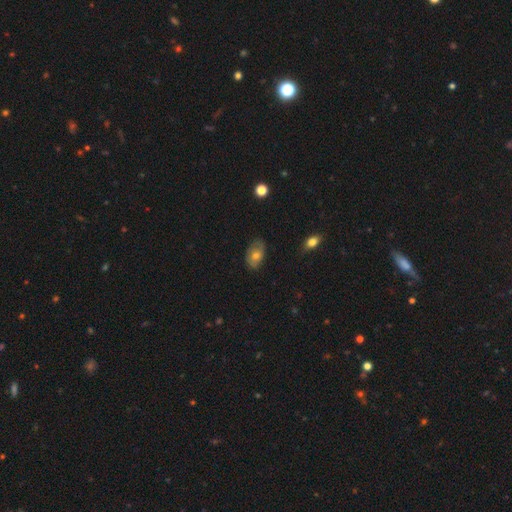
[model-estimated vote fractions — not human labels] Q: Smooth or featured?
A: smooth (62%); runner-up: featured or disk (29%)
Q: How rounded?
A: in between (88%); runner-up: round (10%)
Q: Merging?
A: none (74%); runner-up: minor disturbance (21%)